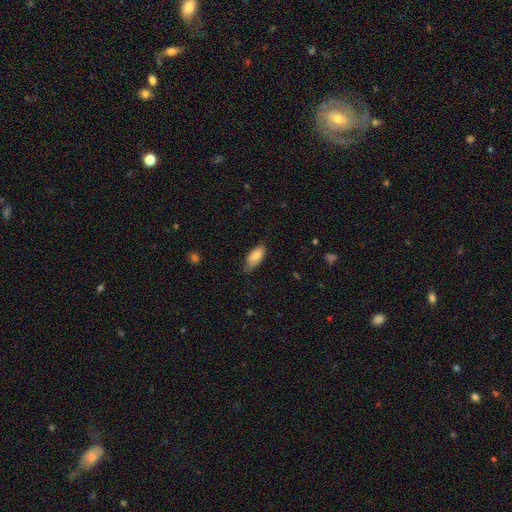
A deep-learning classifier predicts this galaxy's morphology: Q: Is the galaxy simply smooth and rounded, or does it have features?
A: smooth — 81%.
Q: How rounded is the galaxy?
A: in between — 84%.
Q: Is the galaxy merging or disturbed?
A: none — 66%.